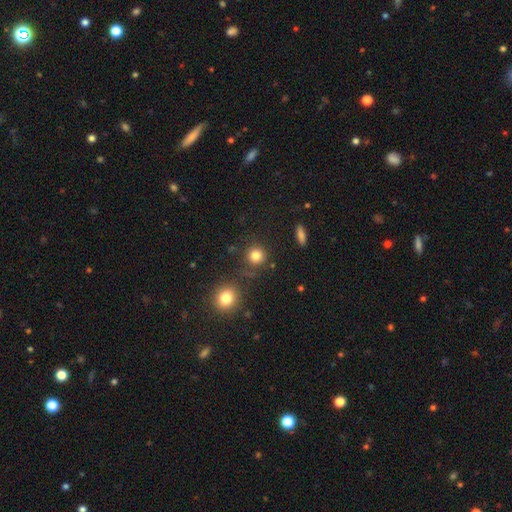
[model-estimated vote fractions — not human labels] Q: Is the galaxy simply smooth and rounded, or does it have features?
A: smooth — 81%.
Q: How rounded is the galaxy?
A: round — 91%.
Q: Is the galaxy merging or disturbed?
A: none — 81%.